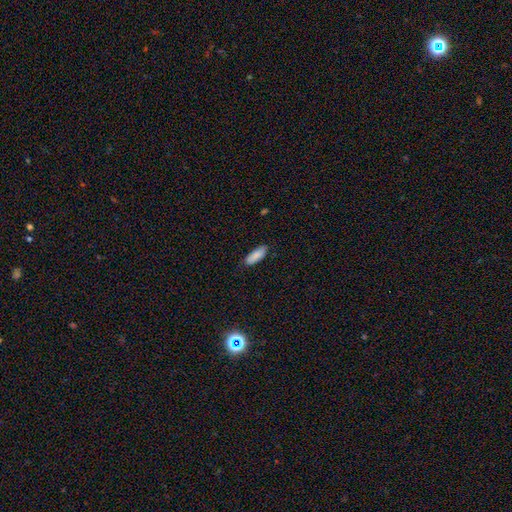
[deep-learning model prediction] smooth-or-featured: smooth: 87% | featured or disk: 7% | star or artifact: 6%
  how-rounded: in between: 67% | cigar-shaped: 32% | round: 2%
  merging: none: 85% | minor disturbance: 12% | major disturbance: 2% | merger: 1%